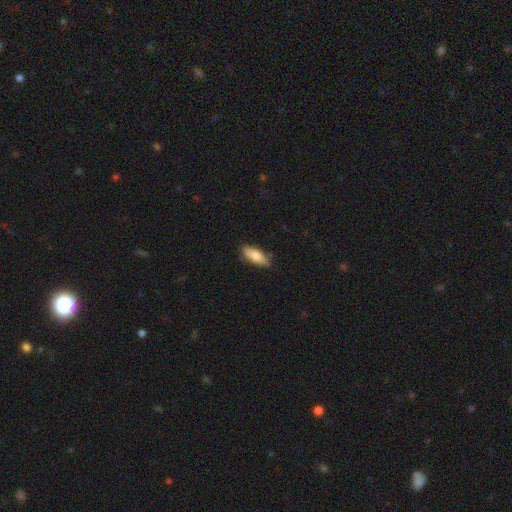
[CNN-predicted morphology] A smooth galaxy with no disk features (76%) that is in between round and cigar-shaped (64%).

Vote fractions:
- Smooth or featured? smooth: 76% / featured or disk: 18% / star or artifact: 6%
- How rounded? in between: 64% / cigar-shaped: 34% / round: 2%
- Merging? none: 81% / minor disturbance: 15% / major disturbance: 2% / merger: 1%